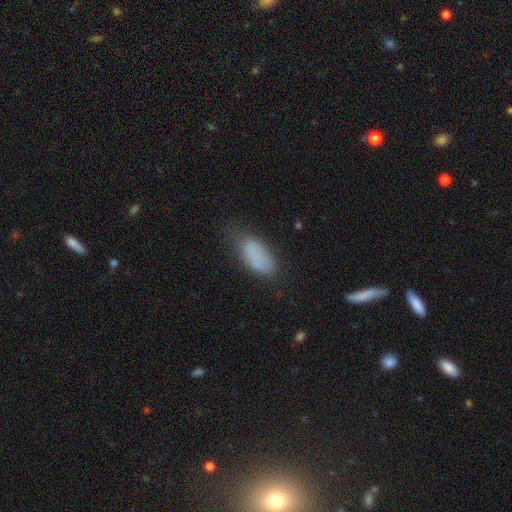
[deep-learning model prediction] smooth_or_featured: smooth (p=0.78) [alt: featured or disk p=0.13]
how_rounded: in between (p=0.89) [alt: cigar-shaped p=0.08]
merging: none (p=0.50) [alt: minor disturbance p=0.32]